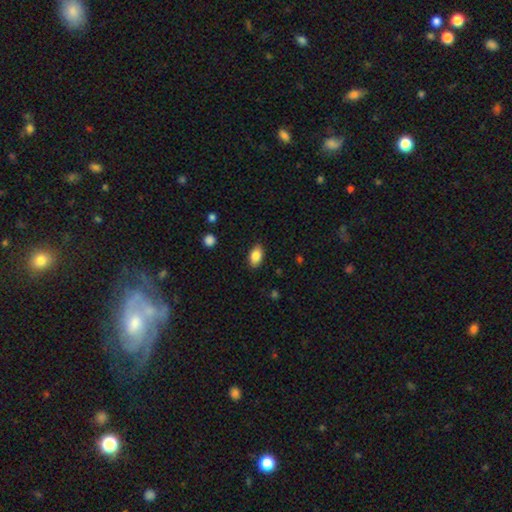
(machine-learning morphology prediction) Smooth or featured?
  - smooth: 86% *
  - star or artifact: 8%
  - featured or disk: 7%
How rounded?
  - in between: 91% *
  - round: 7%
  - cigar-shaped: 2%
Merging?
  - none: 87% *
  - minor disturbance: 10%
  - major disturbance: 2%
  - merger: 1%